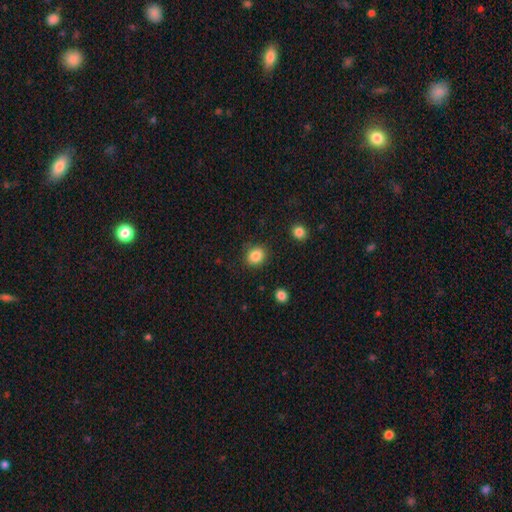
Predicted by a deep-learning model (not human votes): A smooth galaxy with no disk features (86%) that is round (66%).

Vote fractions:
- Smooth or featured? smooth: 86% / star or artifact: 10% / featured or disk: 5%
- How rounded? round: 66% / in between: 33% / cigar-shaped: 1%
- Merging? none: 86% / minor disturbance: 9% / major disturbance: 3% / merger: 2%